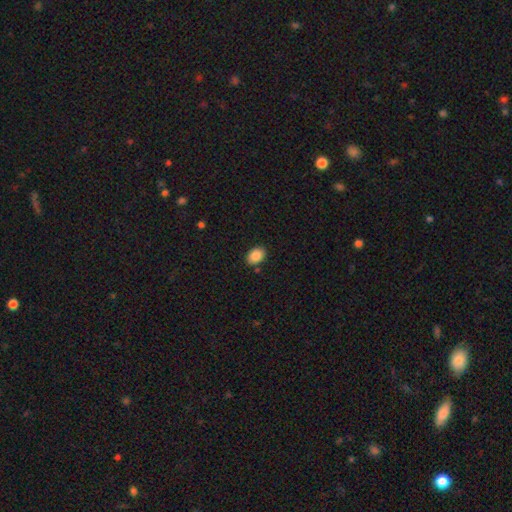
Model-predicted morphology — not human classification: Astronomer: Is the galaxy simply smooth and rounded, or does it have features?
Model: smooth — 88%.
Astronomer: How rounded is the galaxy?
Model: in between — 81%.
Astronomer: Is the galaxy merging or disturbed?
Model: none — 86%.